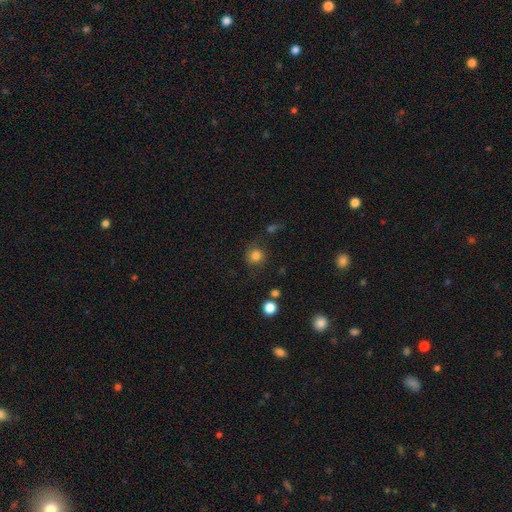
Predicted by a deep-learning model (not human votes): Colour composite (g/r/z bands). It shows a smooth galaxy with no disk features (80%) that is round (85%). Merging: none (72%).